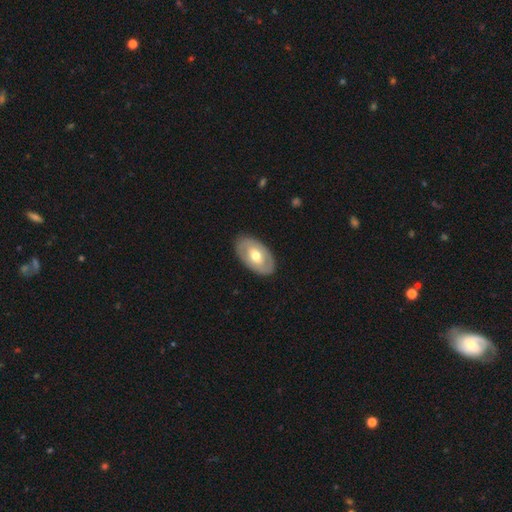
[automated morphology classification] The model was most divided on "smooth or featured": featured or disk: 50%, smooth: 45%, star or artifact: 5%. More confident: merging — none (87%).